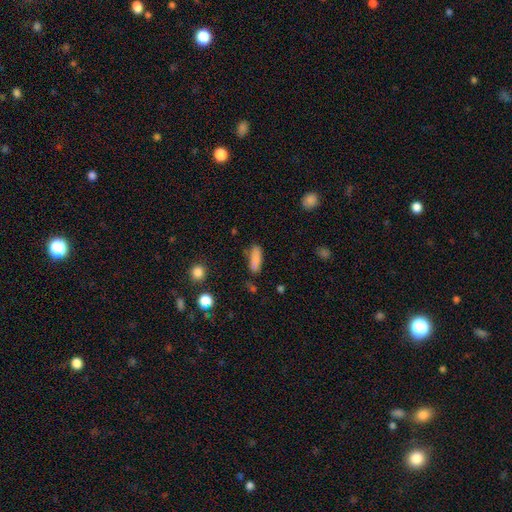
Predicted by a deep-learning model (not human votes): The model was most divided on "how rounded": in between: 54%, cigar-shaped: 43%, round: 3%. More confident: smooth or featured — smooth (83%); merging — none (69%).